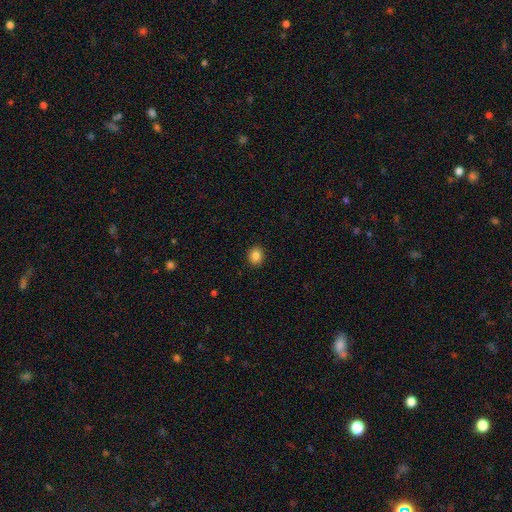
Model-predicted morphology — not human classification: This is clearly a smooth galaxy (85%). How rounded: likely round (73%). Merging: clearly none (92%).